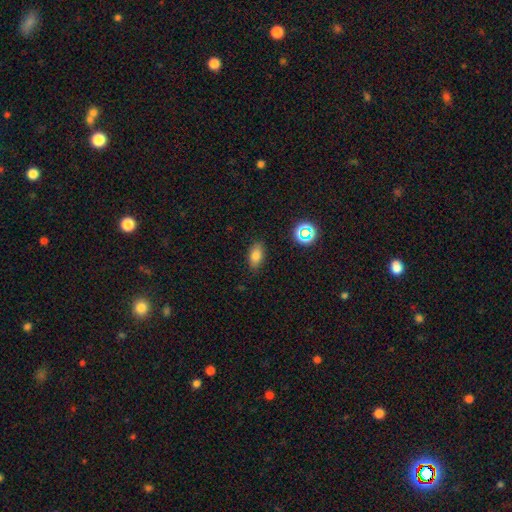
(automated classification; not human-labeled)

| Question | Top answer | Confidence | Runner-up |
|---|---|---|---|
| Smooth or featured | smooth | 78% | star or artifact (13%) |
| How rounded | in between | 86% | round (9%) |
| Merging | none | 85% | minor disturbance (11%) |